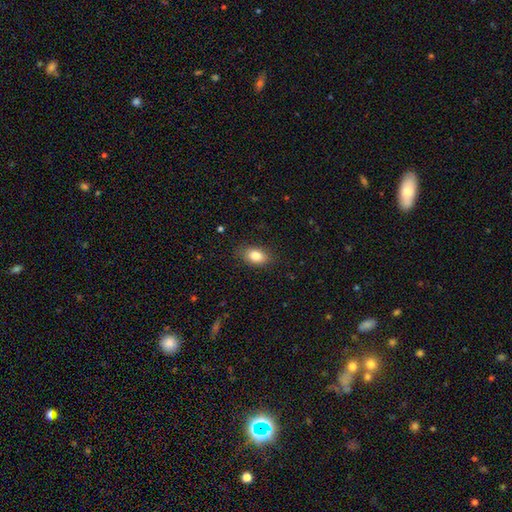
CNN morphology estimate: smooth-or-featured: smooth: 83% | featured or disk: 9% | star or artifact: 9%
  how-rounded: in between: 86% | round: 12% | cigar-shaped: 2%
  merging: none: 85% | minor disturbance: 11% | major disturbance: 3% | merger: 1%